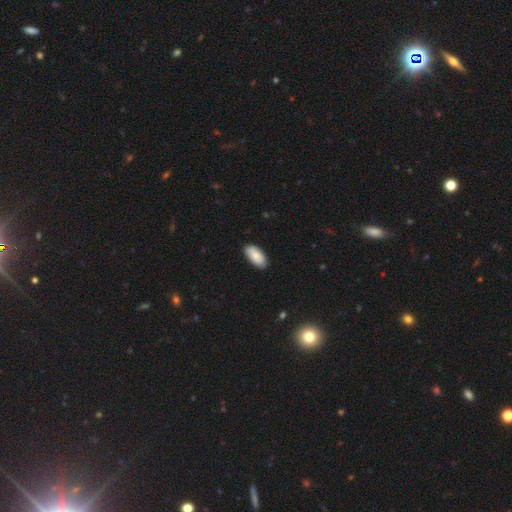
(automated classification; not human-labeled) This appears to be a smooth galaxy with no disk features (84%) that is in between round and cigar-shaped (93%). Merging: none (85%).